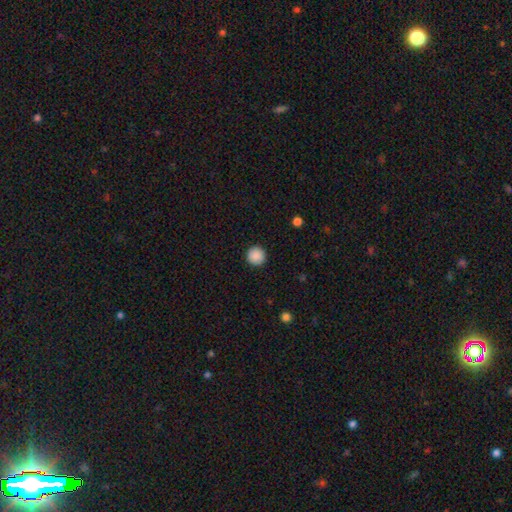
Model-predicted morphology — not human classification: This is clearly a smooth galaxy (89%). How rounded: clearly round (96%). Merging: clearly none (93%).